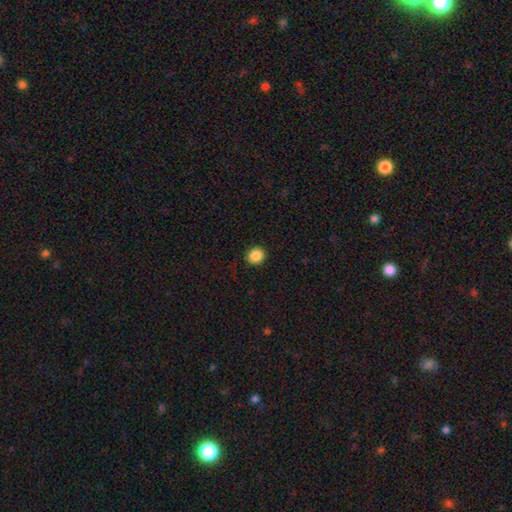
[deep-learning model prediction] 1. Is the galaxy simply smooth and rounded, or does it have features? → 87% smooth, 10% star or artifact, 3% featured or disk.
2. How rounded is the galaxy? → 84% round, 15% in between, 1% cigar-shaped.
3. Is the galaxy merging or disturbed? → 90% none, 7% minor disturbance, 2% major disturbance, 1% merger.